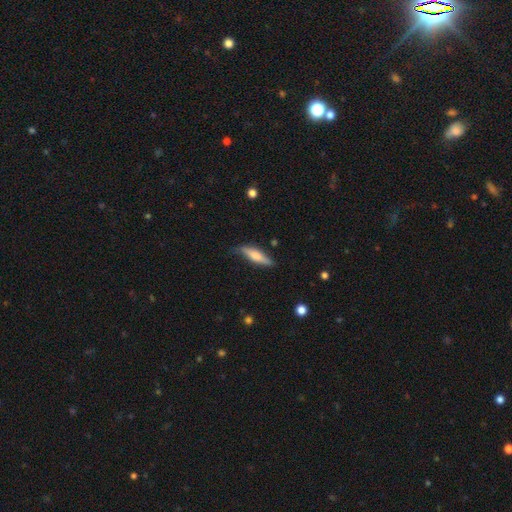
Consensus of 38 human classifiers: smooth_or_featured: smooth (p=0.68) [alt: featured or disk p=0.32]
how_rounded: cigar-shaped (p=0.73) [alt: in between p=0.23]
merging: none (p=0.63) [alt: minor disturbance p=0.34]